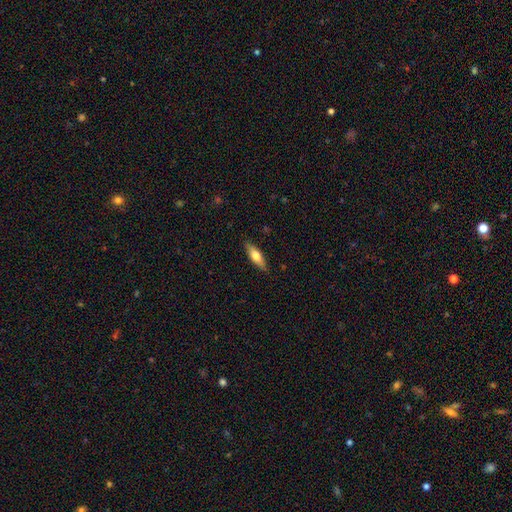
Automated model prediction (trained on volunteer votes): A smooth galaxy with no disk features (57%) that is cigar-shaped (50%). Merging: none (86%).